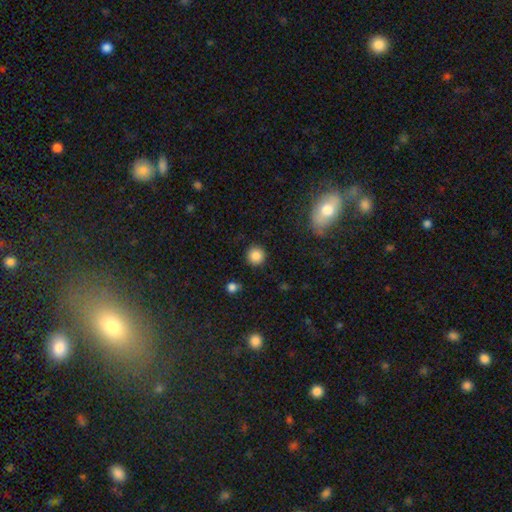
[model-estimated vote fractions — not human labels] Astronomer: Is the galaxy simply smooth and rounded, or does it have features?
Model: smooth — 85%.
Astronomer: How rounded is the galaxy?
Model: round — 94%.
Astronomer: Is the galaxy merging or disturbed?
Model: none — 90%.